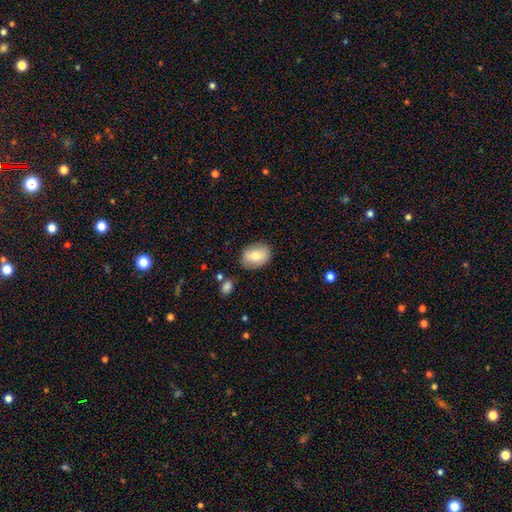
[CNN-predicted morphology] smooth_or_featured: smooth (p=0.74) [alt: featured or disk p=0.19]
how_rounded: in between (p=0.72) [alt: round p=0.27]
merging: none (p=0.80) [alt: minor disturbance p=0.14]